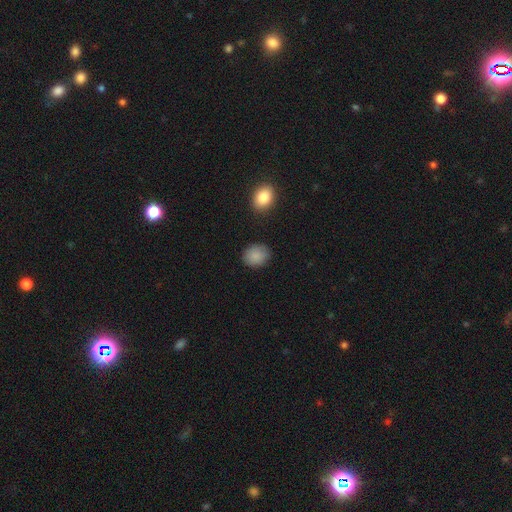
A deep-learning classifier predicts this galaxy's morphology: A smooth galaxy with no disk features (89%) that is round (52%). Merging: none (85%).